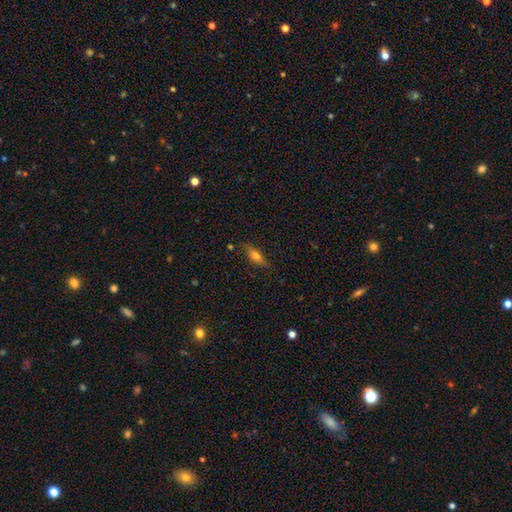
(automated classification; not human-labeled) Smooth or featured? smooth (64%)
How rounded? in between (55%)
Merging? none (80%)